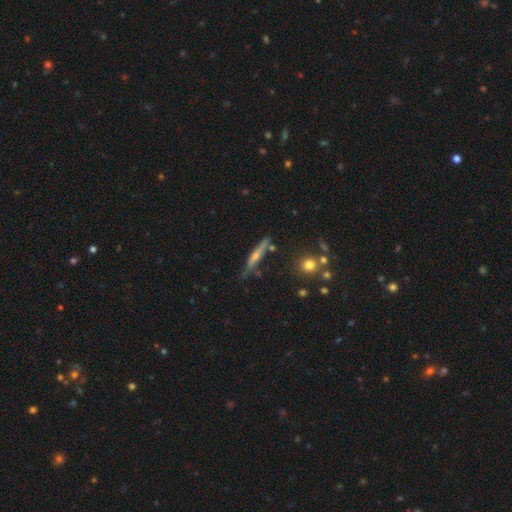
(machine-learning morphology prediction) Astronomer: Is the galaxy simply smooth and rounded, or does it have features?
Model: featured or disk — 61%.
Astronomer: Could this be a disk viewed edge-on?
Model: yes — 93%.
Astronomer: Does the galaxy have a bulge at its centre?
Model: rounded — 72%.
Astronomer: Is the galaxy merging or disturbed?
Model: none — 75%.